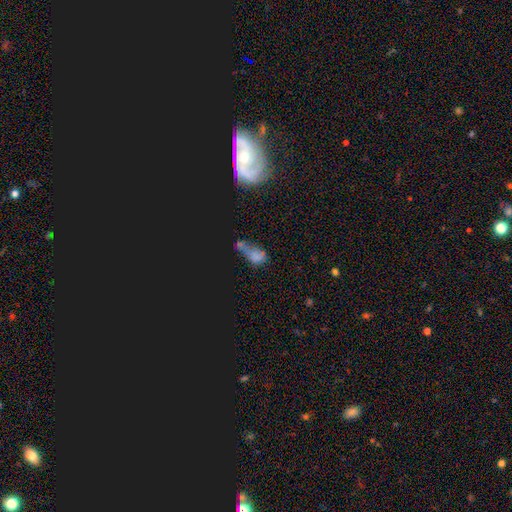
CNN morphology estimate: A smooth galaxy with no disk features (51%) that is in between round and cigar-shaped (72%). Merging: merger (30%).